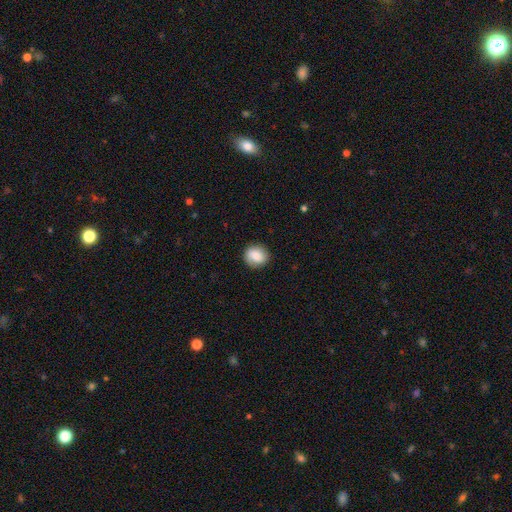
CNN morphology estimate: The model was most divided on "how rounded": round: 78%, in between: 21%, cigar-shaped: 1%. More confident: merging — none (86%); smooth or featured — smooth (83%).